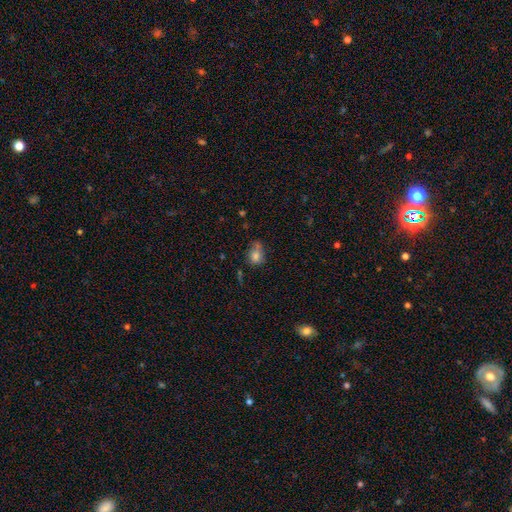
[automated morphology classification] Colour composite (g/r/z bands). It shows a smooth galaxy with no disk features (75%) that is in between round and cigar-shaped (57%). Merging: none (46%).